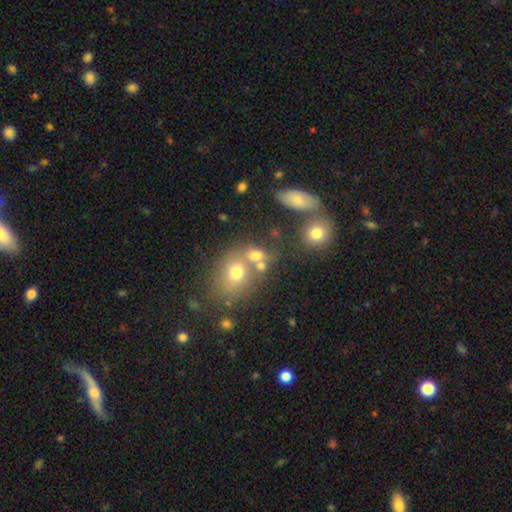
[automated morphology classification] smooth_or_featured: smooth (p=0.68) [alt: star or artifact p=0.17]
how_rounded: round (p=0.50) [alt: in between p=0.47]
merging: none (p=0.43) [alt: merger p=0.40]